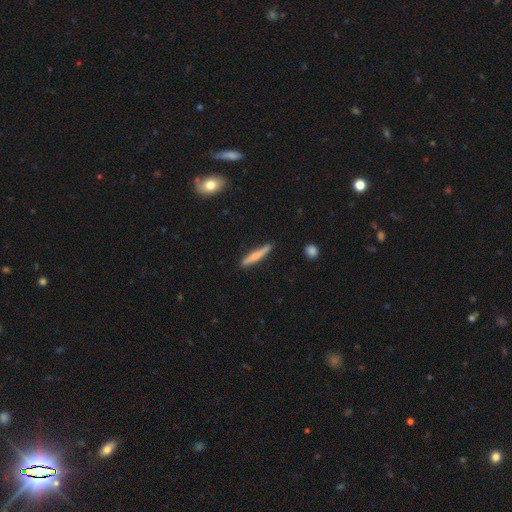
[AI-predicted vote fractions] Smooth or featured: smooth — 69% (featured or disk — 25%)
How rounded: cigar-shaped — 92% (in between — 6%)
Merging: none — 83% (minor disturbance — 13%)